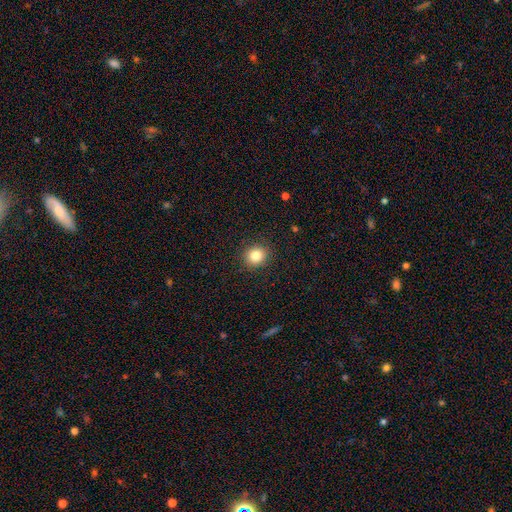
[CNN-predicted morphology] A smooth galaxy with no disk features (83%) that is round (83%).

Vote fractions:
- Smooth or featured? smooth: 83% / star or artifact: 11% / featured or disk: 6%
- How rounded? round: 83% / in between: 16% / cigar-shaped: 1%
- Merging? none: 91% / minor disturbance: 6% / major disturbance: 2% / merger: 1%